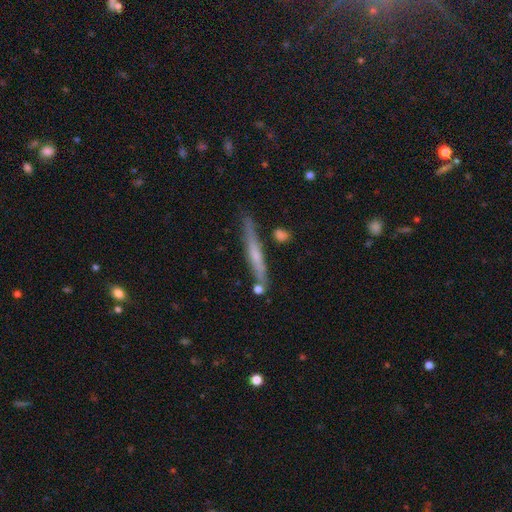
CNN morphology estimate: The model was most divided on "smooth or featured": featured or disk: 52%, smooth: 41%, star or artifact: 7%. More confident: edge-on disk — yes (94%); merging — none (79%).